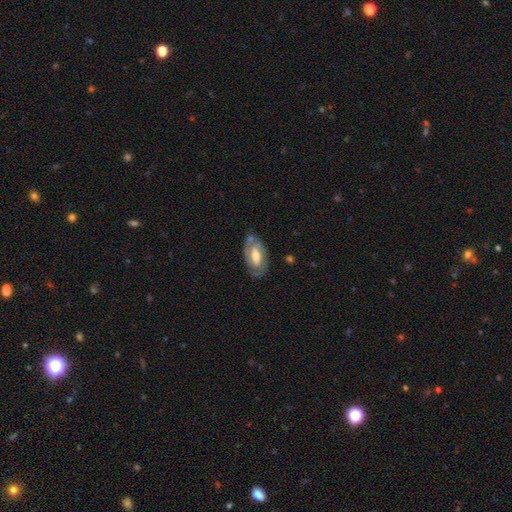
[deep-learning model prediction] Smooth or featured? Predicted: featured or disk (p=0.69). Edge-on disk? Predicted: no (p=0.92). Bar? Predicted: weak (p=0.41). Spiral arms? Predicted: yes (p=0.71). Bulge size? Predicted: moderate (p=0.62). Merging? Predicted: none (p=0.72).